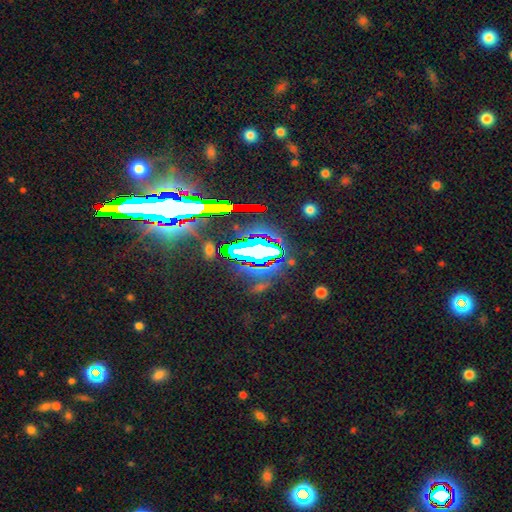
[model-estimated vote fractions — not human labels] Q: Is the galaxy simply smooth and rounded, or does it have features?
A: star or artifact — 65%.